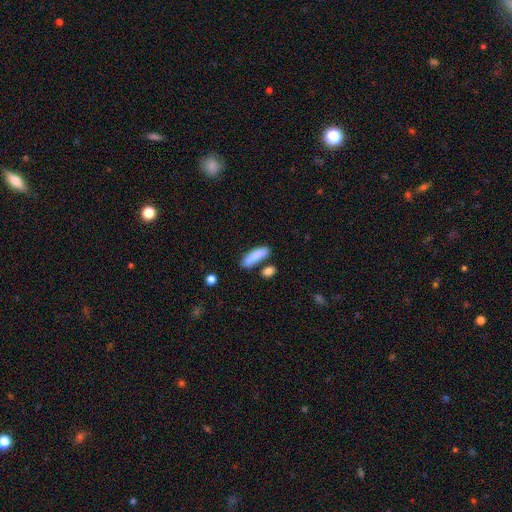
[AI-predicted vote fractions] The model was most divided on "how rounded": cigar-shaped: 54%, in between: 44%, round: 2%. More confident: smooth or featured — smooth (85%); merging — none (63%).